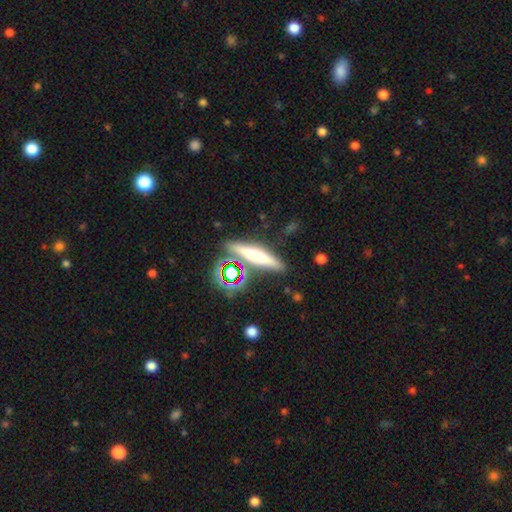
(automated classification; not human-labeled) smooth-or-featured: smooth: 49% | featured or disk: 36% | star or artifact: 15%
  merging: none: 76% | minor disturbance: 12% | merger: 8% | major disturbance: 5%